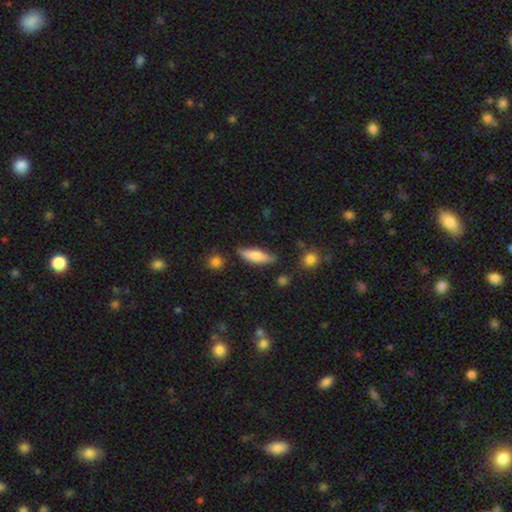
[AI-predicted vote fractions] This is likely a smooth galaxy (71%). How rounded: possibly cigar-shaped (58%). Merging: likely none (77%).